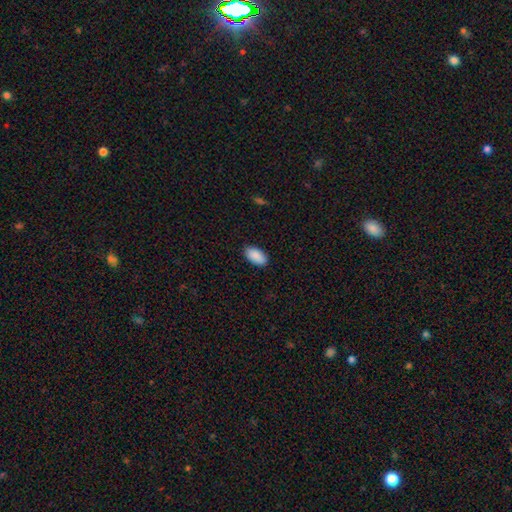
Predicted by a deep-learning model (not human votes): A smooth galaxy with no disk features (91%) that is in between round and cigar-shaped (95%). Merging: none (89%).